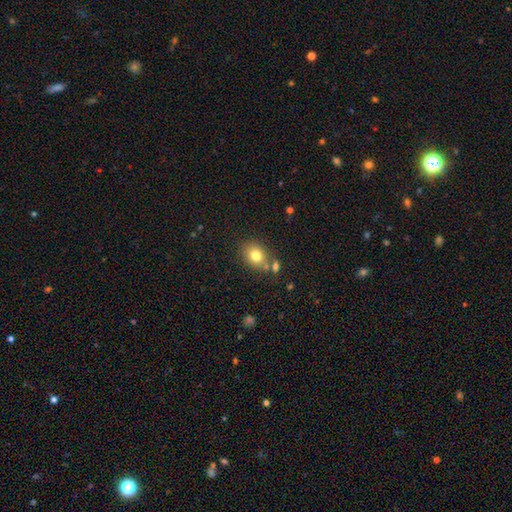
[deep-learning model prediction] A smooth galaxy with no disk features (78%) that is in between round and cigar-shaped (51%). Merging: none (68%).